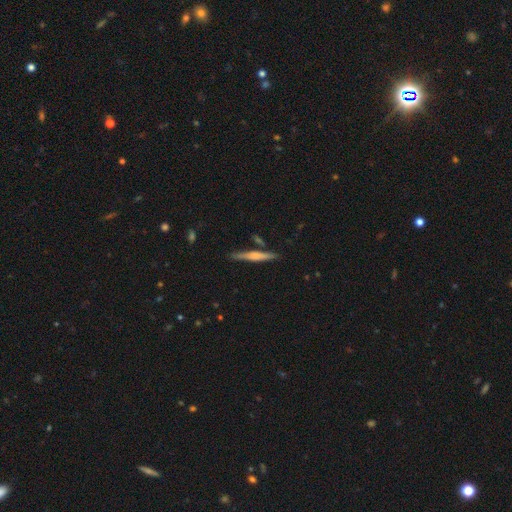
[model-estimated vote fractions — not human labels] Morphology: type=featured or disk (51%); edge-on=yes (97%); merging=none (82%).